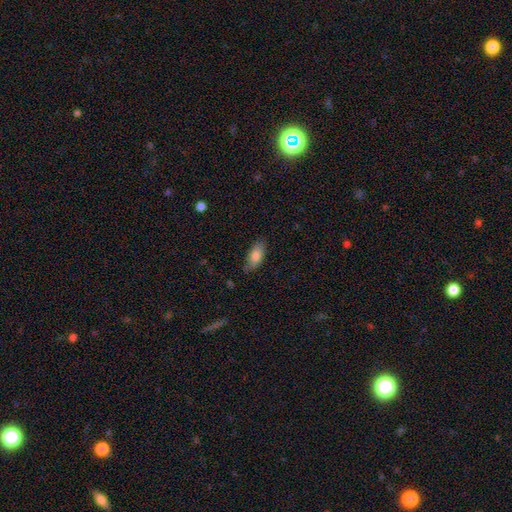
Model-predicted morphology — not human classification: Smooth or featured: smooth — 81% (featured or disk — 12%)
How rounded: in between — 86% (cigar-shaped — 11%)
Merging: none — 79% (minor disturbance — 16%)